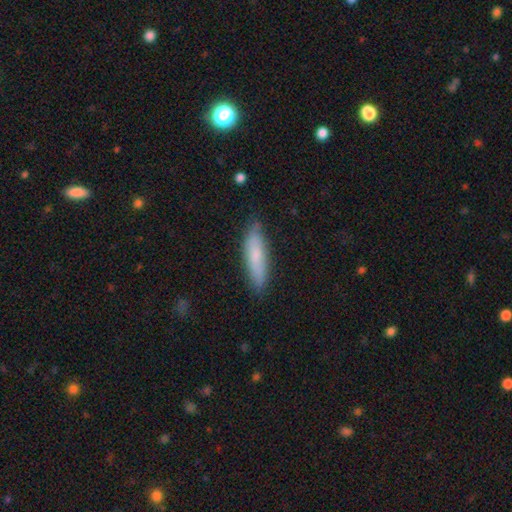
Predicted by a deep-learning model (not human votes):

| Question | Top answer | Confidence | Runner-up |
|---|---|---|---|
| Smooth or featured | smooth | 73% | featured or disk (21%) |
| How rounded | cigar-shaped | 71% | in between (27%) |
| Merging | none | 82% | minor disturbance (14%) |